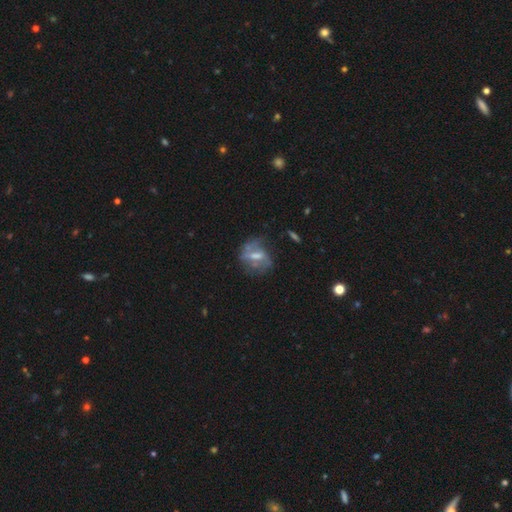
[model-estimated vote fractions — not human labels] Morphology: type=featured or disk (56%); edge-on=no (92%); bar=weak (42%); spiral arms=no (61%); bulge=moderate (42%); merging=none (49%).